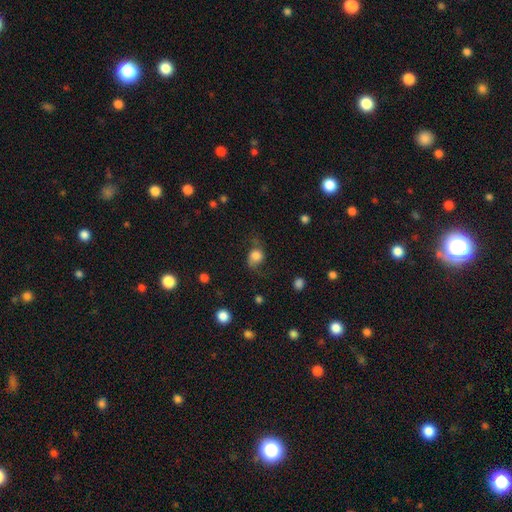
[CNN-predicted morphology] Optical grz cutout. It shows a smooth galaxy with no disk features (63%) that is round (58%). Merging: none (53%).